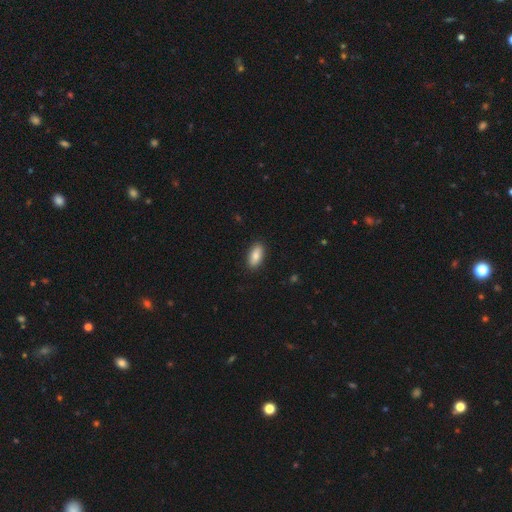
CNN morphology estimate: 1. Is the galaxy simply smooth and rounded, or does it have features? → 83% smooth, 11% featured or disk, 6% star or artifact.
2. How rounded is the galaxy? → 88% in between, 9% cigar-shaped, 3% round.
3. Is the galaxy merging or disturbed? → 89% none, 8% minor disturbance, 2% major disturbance, 1% merger.